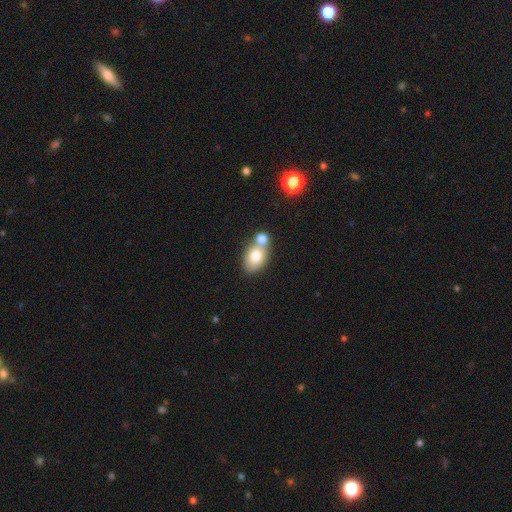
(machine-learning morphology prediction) smooth-or-featured: smooth: 77% | featured or disk: 15% | star or artifact: 9%
  how-rounded: in between: 78% | round: 20% | cigar-shaped: 2%
  merging: none: 44% | merger: 40% | minor disturbance: 12% | major disturbance: 4%